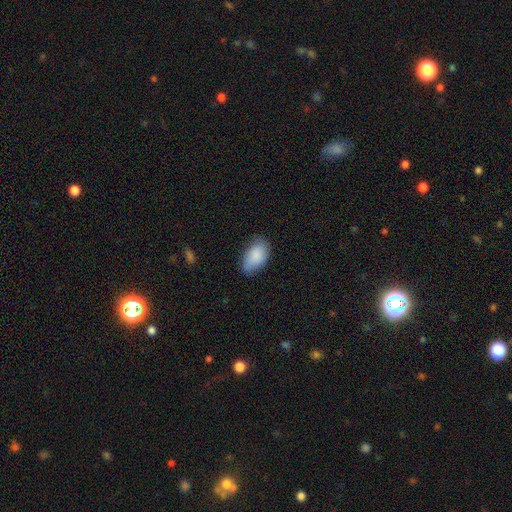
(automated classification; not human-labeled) This is clearly a smooth galaxy (86%). How rounded: clearly in between (93%). Merging: likely none (68%).